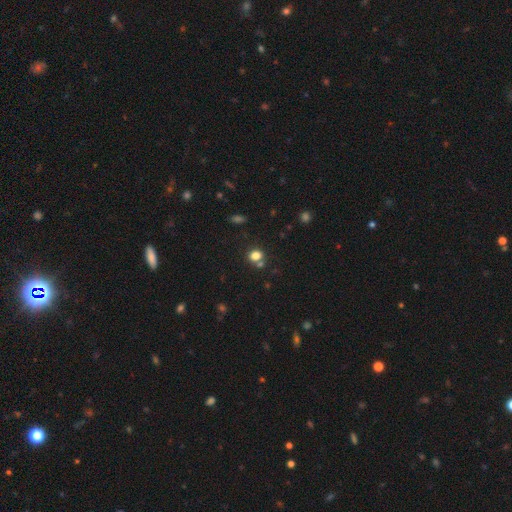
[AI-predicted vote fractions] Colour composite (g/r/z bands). It shows a smooth galaxy with no disk features (78%) that is round (71%). Merging: none (67%).